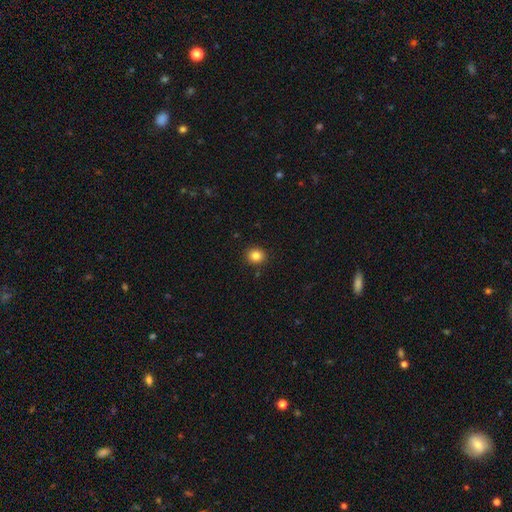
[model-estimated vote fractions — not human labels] Smooth or featured: smooth — 84% (star or artifact — 11%)
How rounded: round — 81% (in between — 18%)
Merging: none — 90% (minor disturbance — 6%)